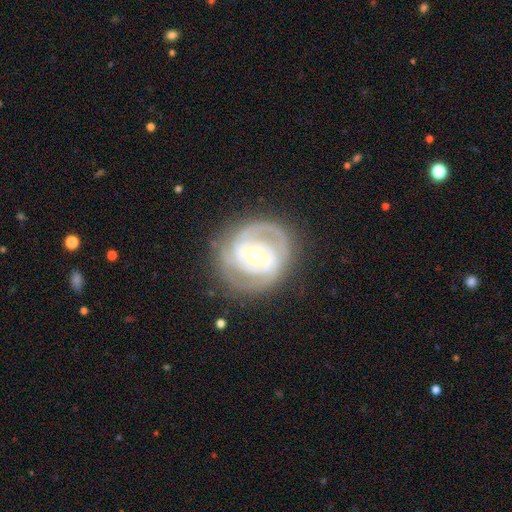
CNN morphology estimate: smooth-or-featured: featured or disk: 84% | smooth: 11% | star or artifact: 5%
  disk-edge-on: no: 97% | yes: 3%
    bar: weak: 44% | no: 31% | strong: 25%
    has-spiral-arms: yes: 86% | no: 14%
      spiral-winding: tight: 66% | medium: 26% | loose: 8%
      spiral-arm-count: 2: 48% | can't tell: 23% | 3: 15% | 1: 6% | 4: 4% | more than 4: 3%
    bulge-size: moderate: 72% | small: 18% | large: 8% | dominant: 1% | none: 1%
  merging: none: 76% | minor disturbance: 15% | major disturbance: 7% | merger: 1%